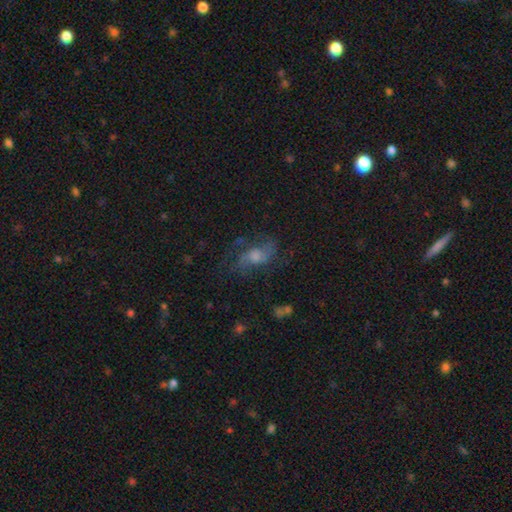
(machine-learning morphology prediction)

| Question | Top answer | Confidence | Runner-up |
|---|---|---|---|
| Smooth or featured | featured or disk | 62% | smooth (22%) |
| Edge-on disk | no | 93% | yes (7%) |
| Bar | no | 66% | weak (28%) |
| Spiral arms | yes | 84% | no (16%) |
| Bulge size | moderate | 50% | small (26%) |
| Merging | none | 62% | minor disturbance (19%) |